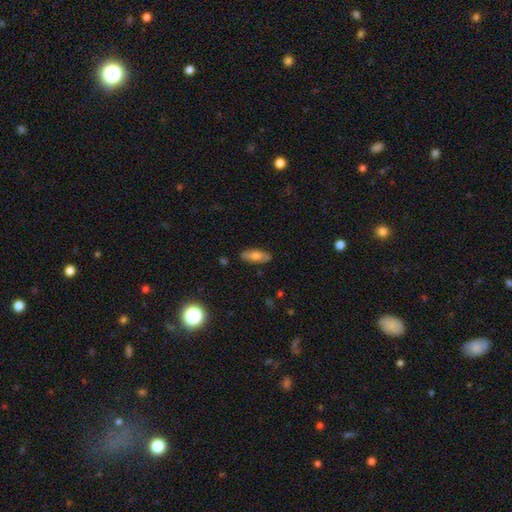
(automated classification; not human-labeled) Smooth or featured?
  - smooth: 68% *
  - featured or disk: 25%
  - star or artifact: 7%
How rounded?
  - in between: 77% *
  - cigar-shaped: 20%
  - round: 3%
Merging?
  - none: 86% *
  - minor disturbance: 11%
  - major disturbance: 2%
  - merger: 1%